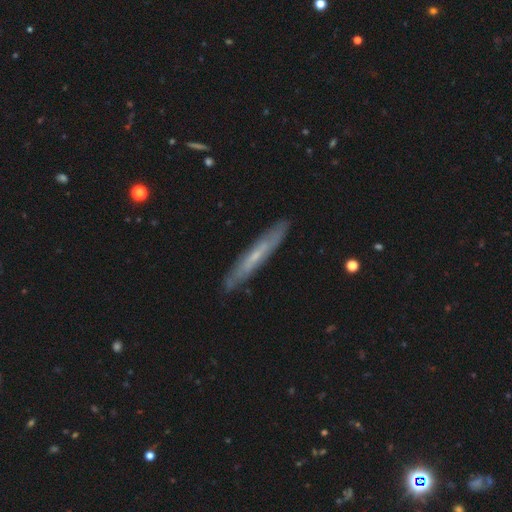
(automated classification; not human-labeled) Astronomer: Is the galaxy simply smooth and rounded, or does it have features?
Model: featured or disk — 61%.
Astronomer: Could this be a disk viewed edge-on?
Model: yes — 76%.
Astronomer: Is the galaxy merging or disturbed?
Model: none — 86%.